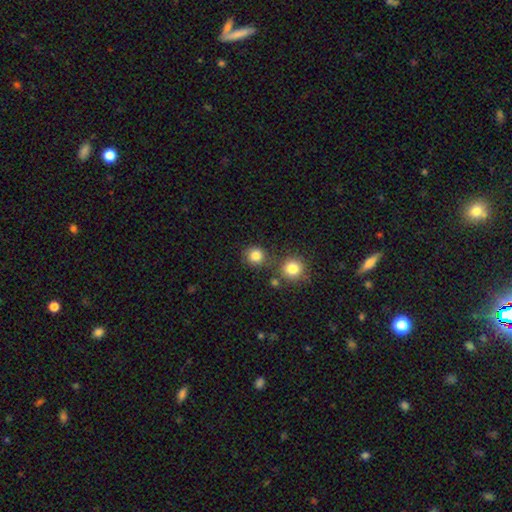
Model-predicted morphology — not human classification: A smooth galaxy with no disk features (83%) that is round (89%).

Vote fractions:
- Smooth or featured? smooth: 83% / star or artifact: 11% / featured or disk: 6%
- How rounded? round: 89% / in between: 10% / cigar-shaped: 1%
- Merging? none: 74% / merger: 12% / minor disturbance: 10% / major disturbance: 4%